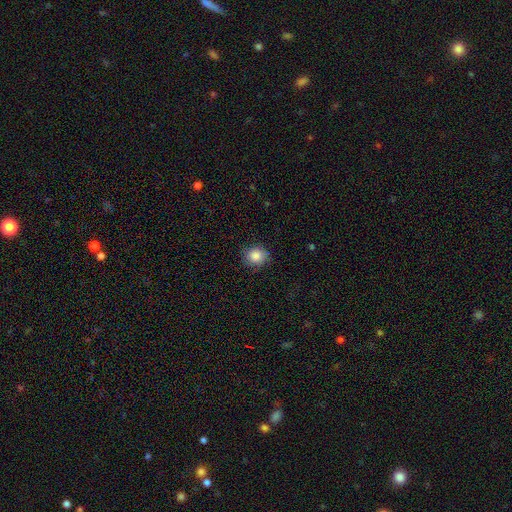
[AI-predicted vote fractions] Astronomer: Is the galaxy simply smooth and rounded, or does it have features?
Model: smooth — 87%.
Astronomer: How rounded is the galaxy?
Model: round — 84%.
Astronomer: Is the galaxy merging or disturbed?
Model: none — 85%.